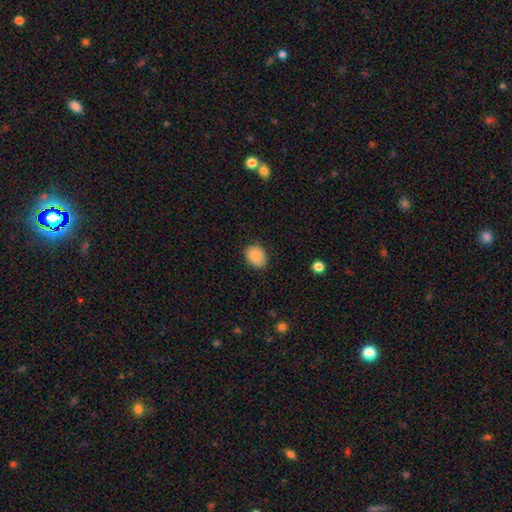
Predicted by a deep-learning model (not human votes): Morphology: type=smooth (87%); roundness=in between (59%); merging=none (82%).